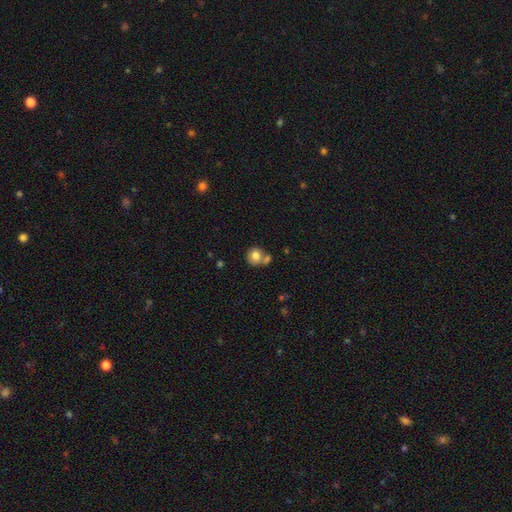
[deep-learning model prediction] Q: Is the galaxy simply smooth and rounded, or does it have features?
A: smooth — 79%.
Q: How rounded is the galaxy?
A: round — 83%.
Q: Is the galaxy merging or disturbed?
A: none — 50%.